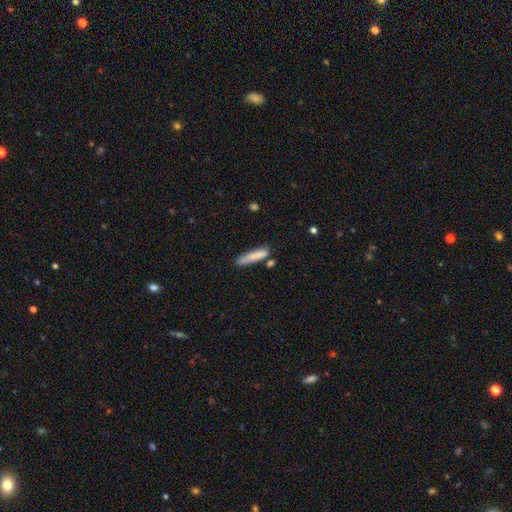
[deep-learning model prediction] A smooth galaxy with no disk features (81%) that is cigar-shaped (87%). Merging: none (67%).